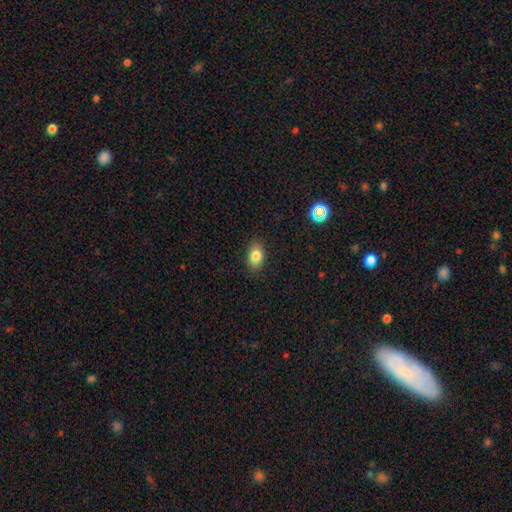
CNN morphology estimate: Overall: smooth (82%). How rounded: in between (85%). Merging: none (87%).